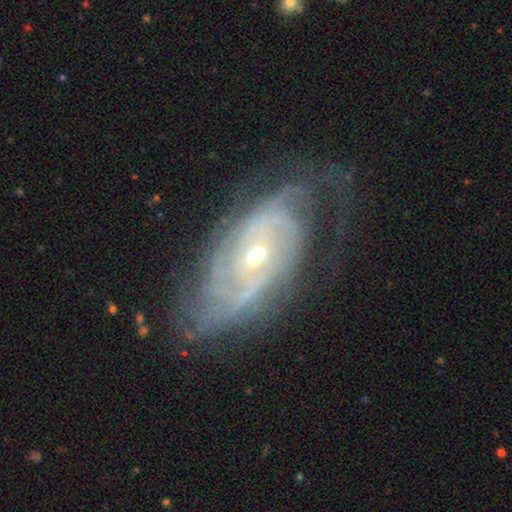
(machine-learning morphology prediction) featured or disk 87%, smooth 6%, star or artifact 6%. Down the decision tree: edge-on disk — no (93%); bar — no (58%); spiral arms — yes (95%); spiral arm count — can't tell (36%); spiral winding — tight (68%); bulge size — small (53%); merging — none (66%).